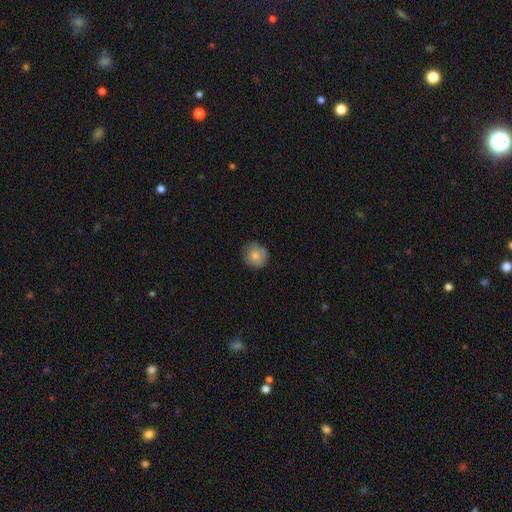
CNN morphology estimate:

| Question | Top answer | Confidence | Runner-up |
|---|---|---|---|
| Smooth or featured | smooth | 76% | featured or disk (16%) |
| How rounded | round | 88% | in between (11%) |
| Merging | none | 78% | minor disturbance (18%) |